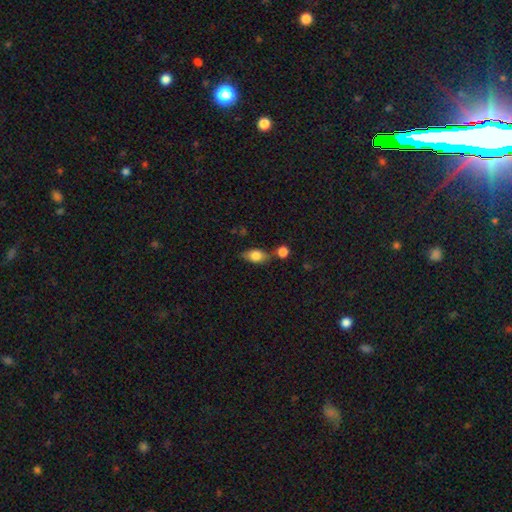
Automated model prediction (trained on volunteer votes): This appears to be a smooth galaxy with no disk features (76%) that is in between round and cigar-shaped (78%). Merging: none (59%).